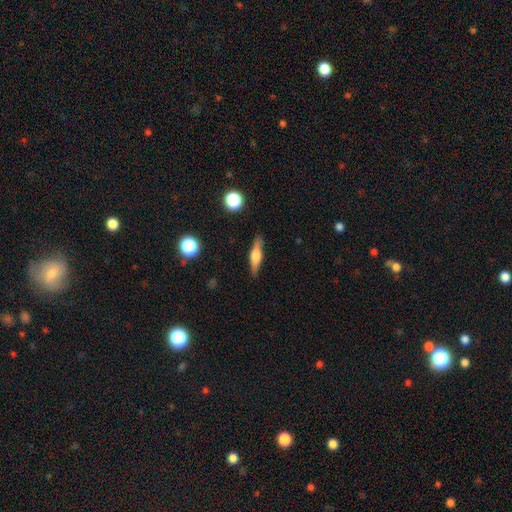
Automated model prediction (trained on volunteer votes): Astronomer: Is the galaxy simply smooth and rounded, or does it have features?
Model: featured or disk — 50% (runner-up: smooth, 43%).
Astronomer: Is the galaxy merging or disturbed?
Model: none — 87%.